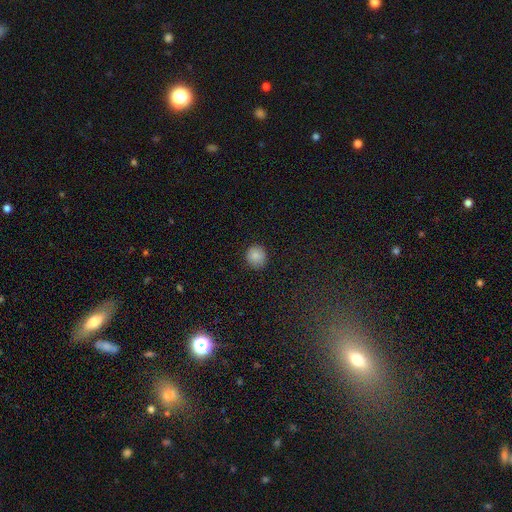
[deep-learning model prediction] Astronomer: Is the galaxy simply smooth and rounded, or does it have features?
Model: smooth — 86%.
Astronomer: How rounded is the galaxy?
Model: round — 88%.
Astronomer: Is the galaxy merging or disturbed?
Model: none — 88%.